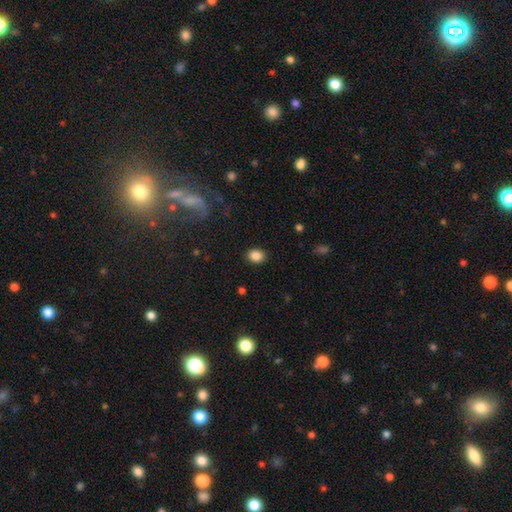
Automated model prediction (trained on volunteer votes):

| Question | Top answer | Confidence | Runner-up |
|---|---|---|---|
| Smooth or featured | smooth | 87% | star or artifact (9%) |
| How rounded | in between | 53% | round (46%) |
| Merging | none | 89% | minor disturbance (8%) |